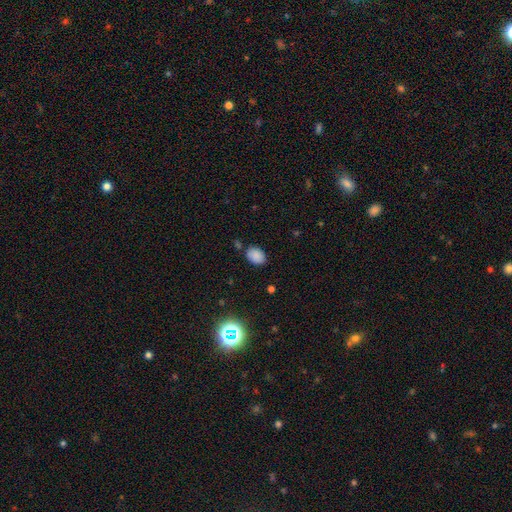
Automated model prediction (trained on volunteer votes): The model was most divided on "how rounded": in between: 70%, round: 28%, cigar-shaped: 1%. More confident: smooth or featured — smooth (83%); merging — none (78%).